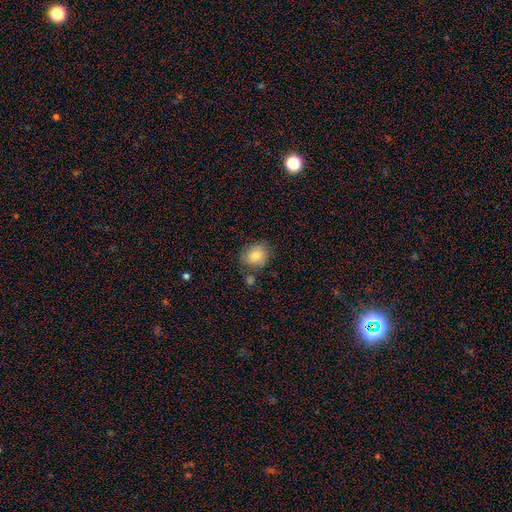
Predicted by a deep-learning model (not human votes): A smooth galaxy with no disk features (81%) that is round (65%). Merging: none (74%).